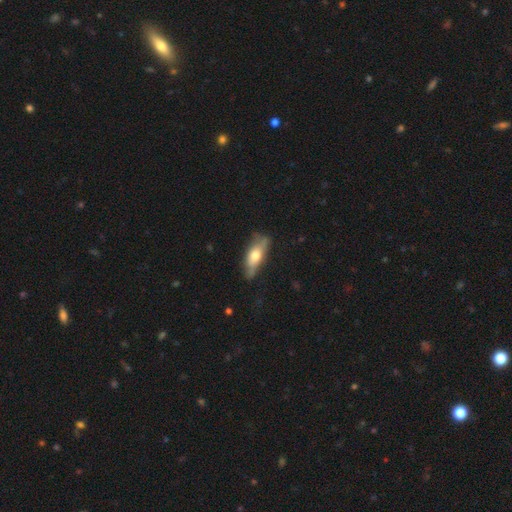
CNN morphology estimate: Smooth or featured? Predicted: smooth (p=0.55). How rounded? Predicted: in between (p=0.58). Merging? Predicted: none (p=0.69).